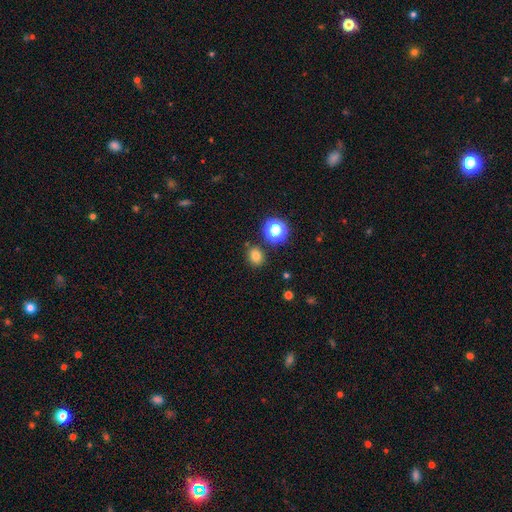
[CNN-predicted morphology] Smooth or featured?
  - smooth: 76% *
  - star or artifact: 18%
  - featured or disk: 6%
How rounded?
  - round: 69% *
  - in between: 30%
  - cigar-shaped: 1%
Merging?
  - none: 83% *
  - minor disturbance: 9%
  - merger: 5%
  - major disturbance: 3%